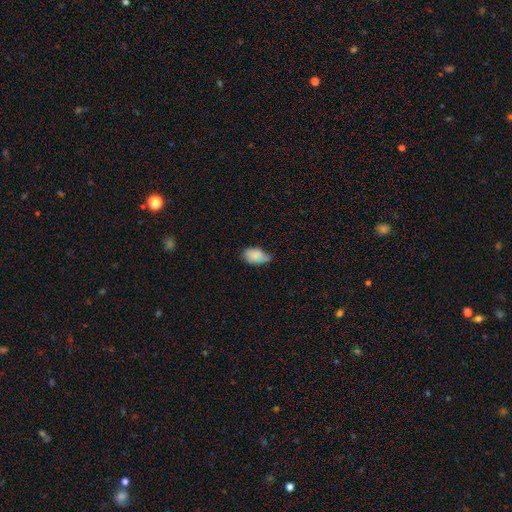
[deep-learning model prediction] The model was most divided on "merging": minor disturbance: 44%, none: 42%, major disturbance: 11%, merger: 3%. More confident: how rounded — in between (92%); smooth or featured — smooth (75%).